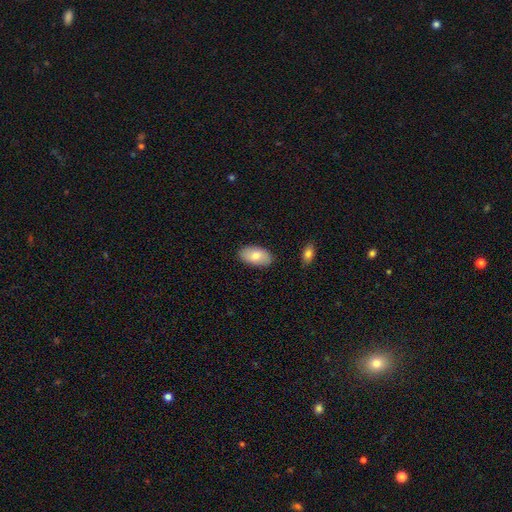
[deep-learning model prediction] The model was most divided on "smooth or featured": smooth: 79%, featured or disk: 15%, star or artifact: 6%. More confident: how rounded — in between (95%); merging — none (86%).